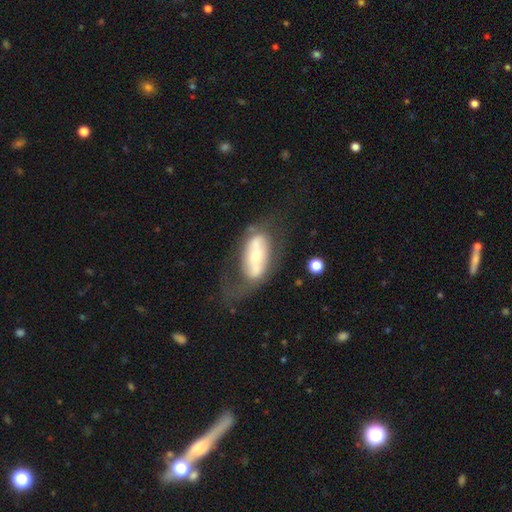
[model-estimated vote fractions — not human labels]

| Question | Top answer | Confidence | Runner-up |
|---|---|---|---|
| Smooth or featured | featured or disk | 61% | smooth (33%) |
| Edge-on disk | no | 86% | yes (14%) |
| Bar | no | 47% | strong (31%) |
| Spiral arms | no | 55% | yes (45%) |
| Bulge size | moderate | 45% | tied: small (45%) |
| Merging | none | 41% | major disturbance (31%) |